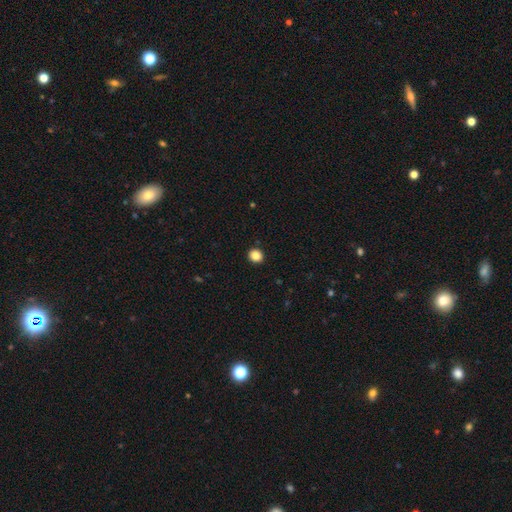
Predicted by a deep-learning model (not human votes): Q: Smooth or featured?
A: smooth (86%); runner-up: star or artifact (10%)
Q: How rounded?
A: round (80%); runner-up: in between (19%)
Q: Merging?
A: none (93%); runner-up: minor disturbance (5%)